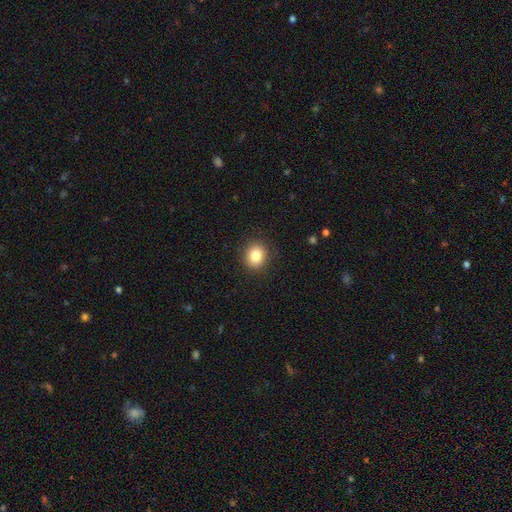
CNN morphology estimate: Smooth or featured?
  - smooth: 83% *
  - star or artifact: 10%
  - featured or disk: 7%
How rounded?
  - round: 79% *
  - in between: 21%
  - cigar-shaped: 1%
Merging?
  - none: 90% *
  - minor disturbance: 7%
  - major disturbance: 2%
  - merger: 1%